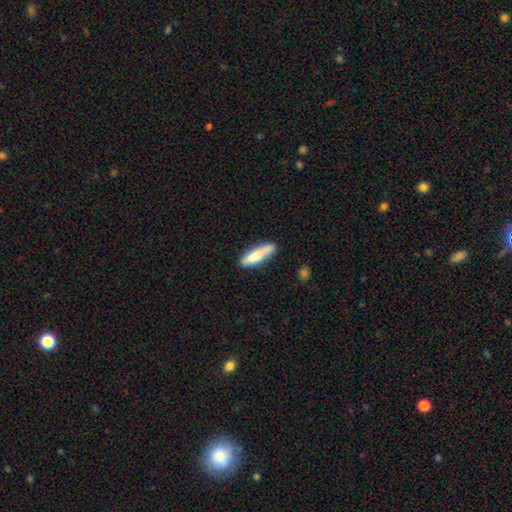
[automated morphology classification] smooth_or_featured: smooth (p=0.77) [alt: featured or disk p=0.17]
how_rounded: cigar-shaped (p=0.73) [alt: in between p=0.25]
merging: none (p=0.73) [alt: minor disturbance p=0.19]